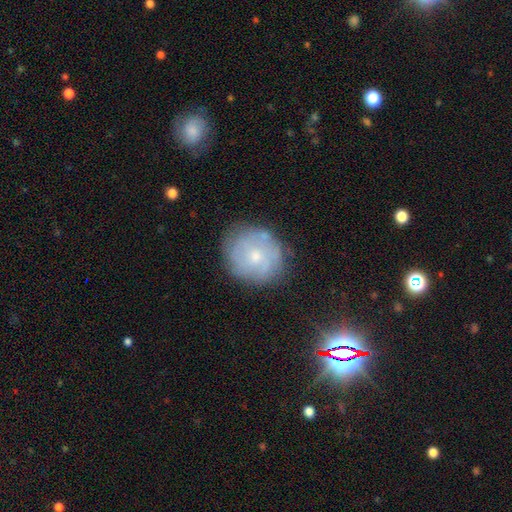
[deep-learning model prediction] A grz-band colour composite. It shows a featured or disk galaxy (52%) with no bar (80%), spiral arms (66%) and a small central bulge (63%). Merging: none (75%).